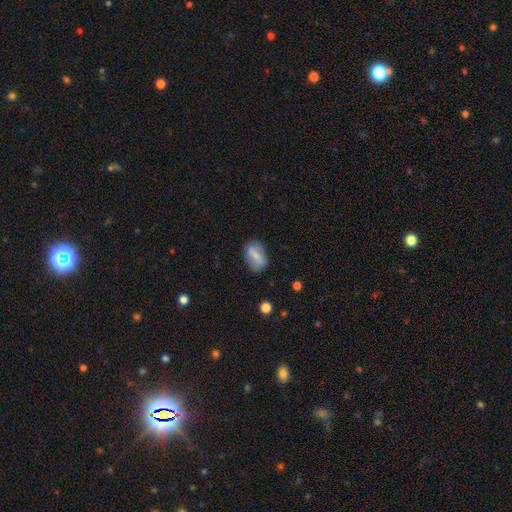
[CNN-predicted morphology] Smooth or featured?
  - smooth: 52% *
  - featured or disk: 40%
  - star or artifact: 8%
How rounded?
  - in between: 84% *
  - round: 10%
  - cigar-shaped: 5%
Merging?
  - none: 79% *
  - minor disturbance: 15%
  - major disturbance: 4%
  - merger: 2%